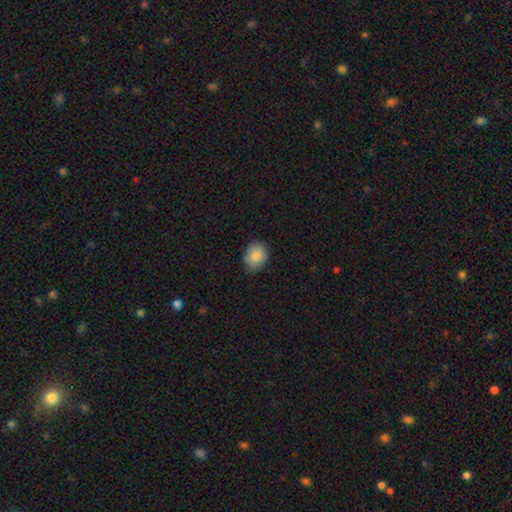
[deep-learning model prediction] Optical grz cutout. It shows a smooth galaxy with no disk features (85%) that is in between round and cigar-shaped (57%). Merging: none (75%).